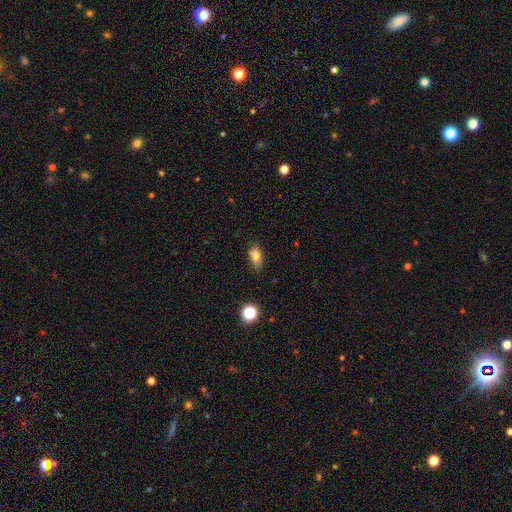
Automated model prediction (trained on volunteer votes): The model was most divided on "smooth or featured": smooth: 74%, featured or disk: 15%, star or artifact: 11%. More confident: how rounded — in between (79%); merging — none (78%).